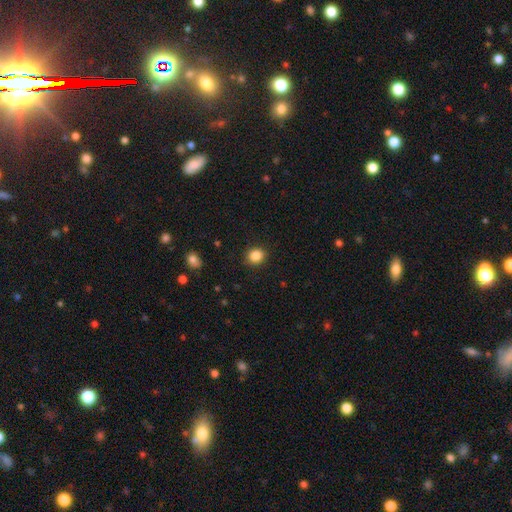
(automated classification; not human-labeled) smooth-or-featured: smooth: 86% | star or artifact: 10% | featured or disk: 4%
  how-rounded: round: 76% | in between: 23% | cigar-shaped: 1%
  merging: none: 89% | minor disturbance: 7% | major disturbance: 2% | merger: 1%